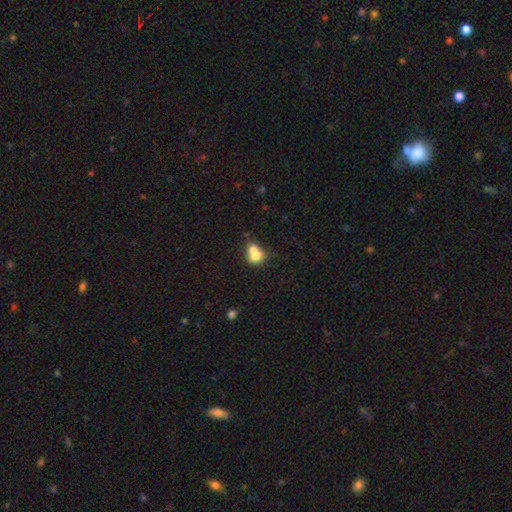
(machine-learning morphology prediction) Smooth or featured? smooth (70%)
How rounded? round (58%)
Merging? merger (67%)